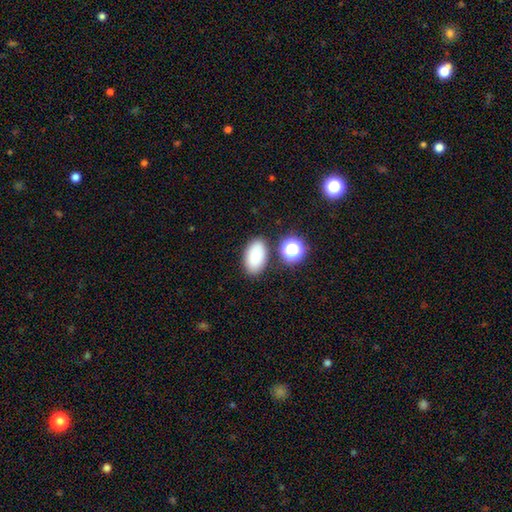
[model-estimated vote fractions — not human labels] Smooth or featured? Predicted: smooth (p=0.84). How rounded? Predicted: in between (p=0.93). Merging? Predicted: none (p=0.80).